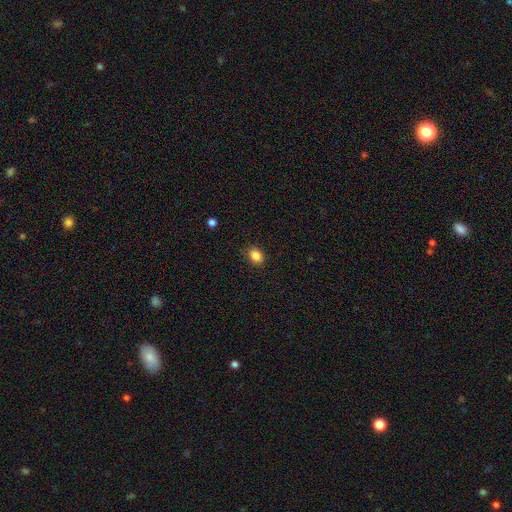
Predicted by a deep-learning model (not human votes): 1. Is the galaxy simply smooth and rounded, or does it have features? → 86% smooth, 10% star or artifact, 4% featured or disk.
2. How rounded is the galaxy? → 65% in between, 34% round, 1% cigar-shaped.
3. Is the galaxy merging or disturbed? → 86% none, 10% minor disturbance, 3% major disturbance, 1% merger.